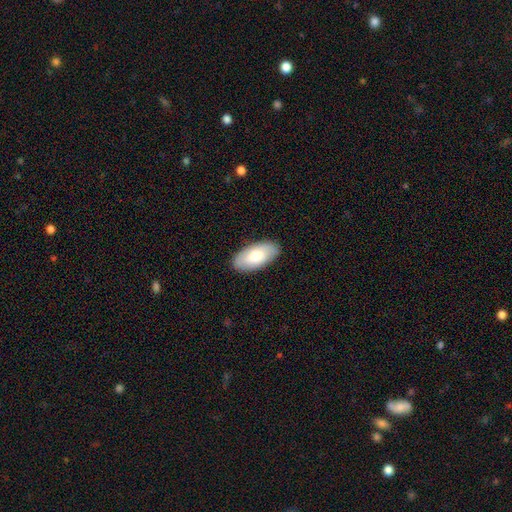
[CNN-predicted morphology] Overall: smooth (76%). How rounded: in between (94%). Merging: none (89%).